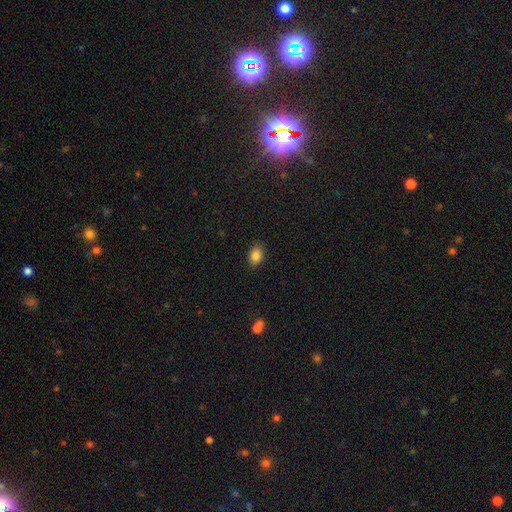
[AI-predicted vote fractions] Overall: smooth (86%). How rounded: in between (76%). Merging: none (87%).